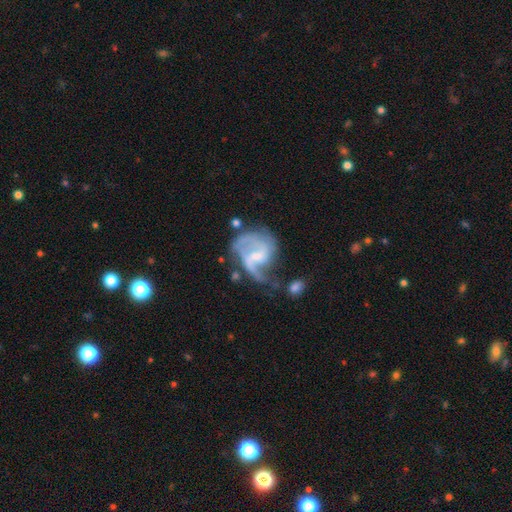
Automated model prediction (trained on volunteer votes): featured or disk 82%, smooth 11%, star or artifact 6%. Down the decision tree: edge-on disk — no (98%); bar — weak (53%); spiral arms — yes (90%); spiral arm count — 2 (57%); spiral winding — loose (43%, tied with medium); bulge size — small (54%); merging — major disturbance (36%).